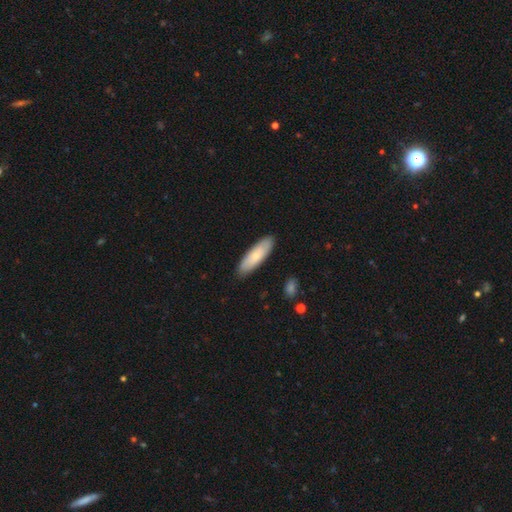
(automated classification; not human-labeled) Overall: smooth (71%). How rounded: in between (49%, tied with cigar-shaped). Merging: none (88%).